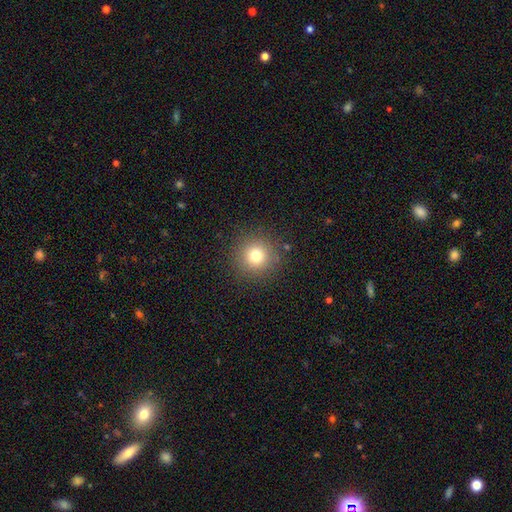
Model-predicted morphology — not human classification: Overall: smooth (77%). How rounded: round (95%). Merging: none (90%).